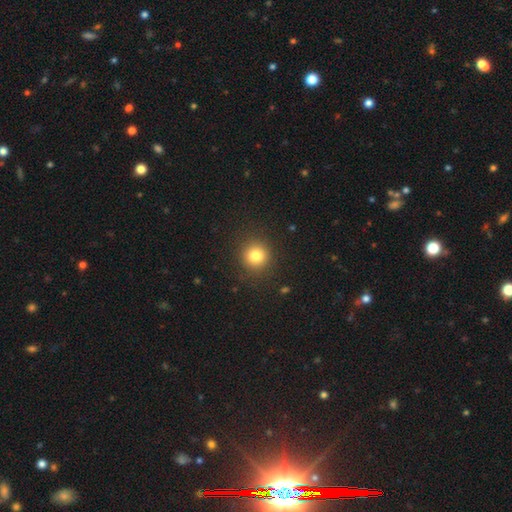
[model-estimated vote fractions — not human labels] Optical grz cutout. It shows a smooth galaxy with no disk features (81%) that is round (91%). Merging: none (89%).